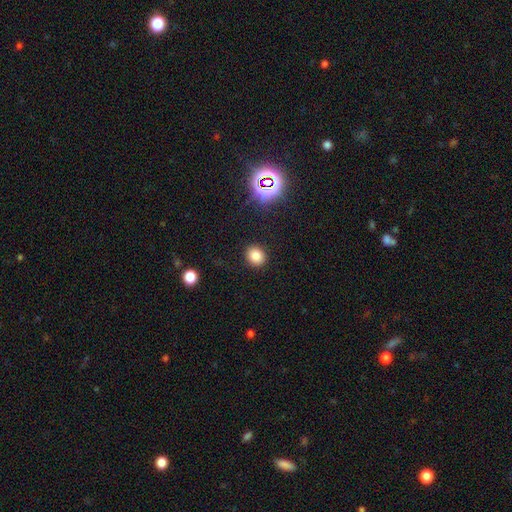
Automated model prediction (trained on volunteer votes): smooth 81%, star or artifact 14%, featured or disk 5%. Down the decision tree: how rounded — round (63%); merging — none (90%).